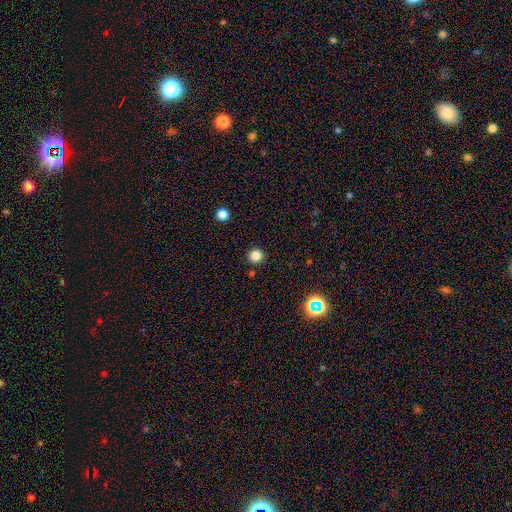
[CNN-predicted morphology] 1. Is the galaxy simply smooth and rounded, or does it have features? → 83% smooth, 13% star or artifact, 4% featured or disk.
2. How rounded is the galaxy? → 95% round, 4% in between, 1% cigar-shaped.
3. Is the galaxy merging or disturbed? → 92% none, 5% minor disturbance, 2% major disturbance, 2% merger.